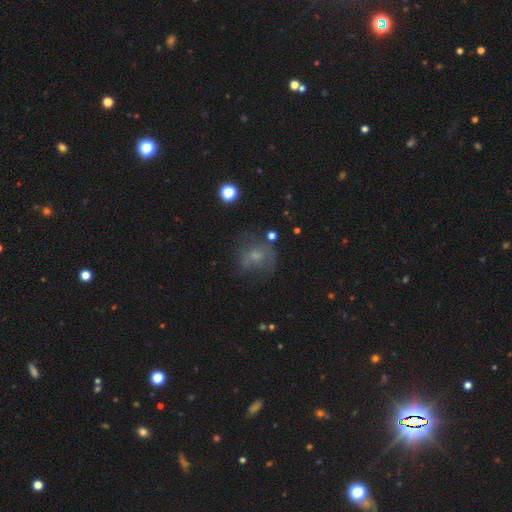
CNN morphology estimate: Smooth or featured?
  - featured or disk: 42% *
  - smooth: 40%
  - star or artifact: 18%
Merging?
  - none: 51% *
  - minor disturbance: 23%
  - major disturbance: 23%
  - merger: 4%